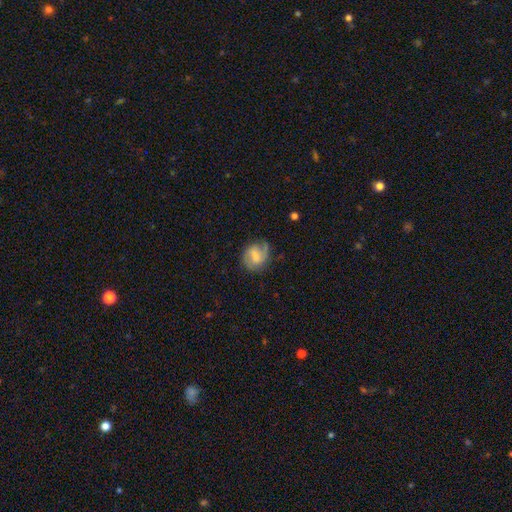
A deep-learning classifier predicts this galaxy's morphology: Smooth or featured: smooth — 47% (featured or disk — 45%)
Merging: none — 64% (minor disturbance — 24%)